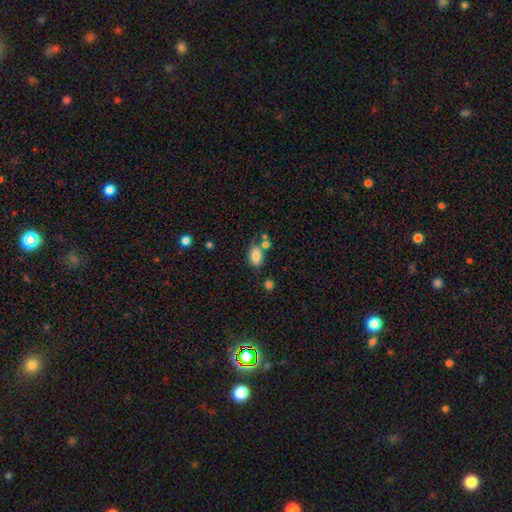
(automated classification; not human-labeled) Q: Smooth or featured?
A: smooth (82%); runner-up: featured or disk (9%)
Q: How rounded?
A: in between (87%); runner-up: round (10%)
Q: Merging?
A: none (51%); runner-up: minor disturbance (21%)